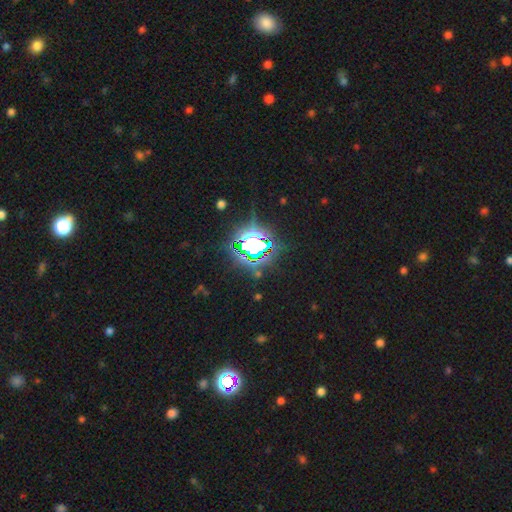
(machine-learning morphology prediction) type=star or artifact (80%).